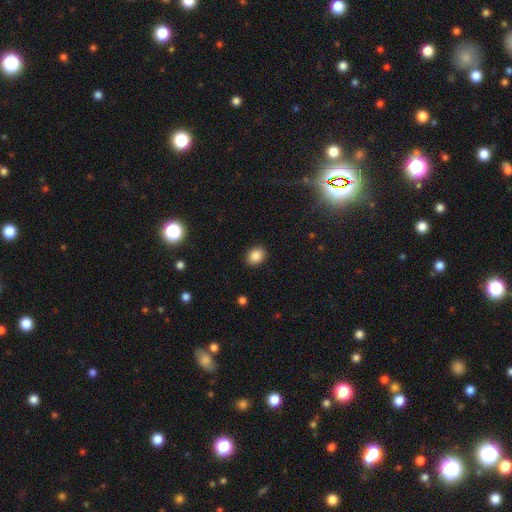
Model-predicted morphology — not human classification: smooth-or-featured: smooth: 86% | star or artifact: 9% | featured or disk: 4%
  how-rounded: in between: 51% | round: 48% | cigar-shaped: 1%
  merging: none: 89% | minor disturbance: 7% | major disturbance: 2% | merger: 1%